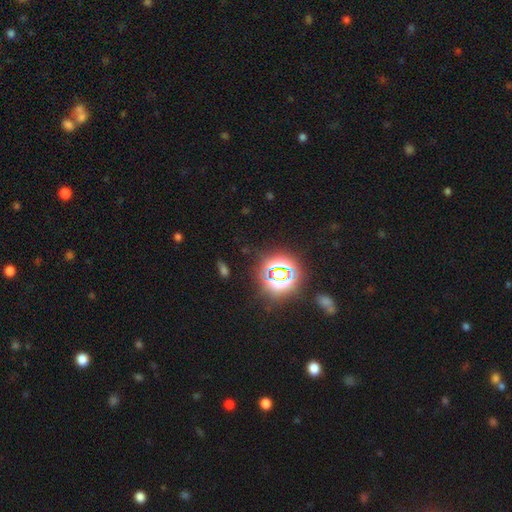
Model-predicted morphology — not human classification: A star or artifact, not a galaxy (80%).

Vote fractions:
- Smooth or featured? star or artifact: 80% / smooth: 13% / featured or disk: 7%